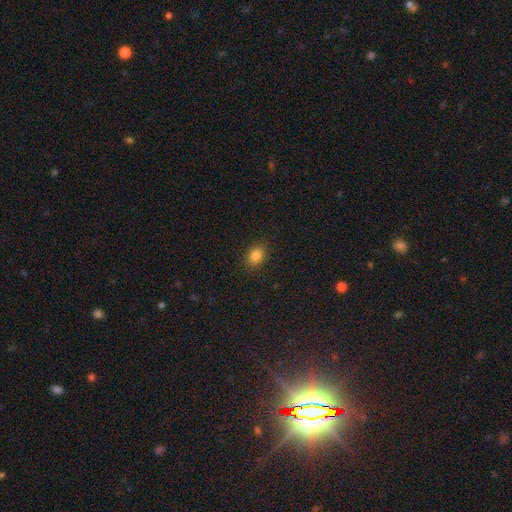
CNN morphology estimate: type=smooth (85%); roundness=in between (66%); merging=none (87%).